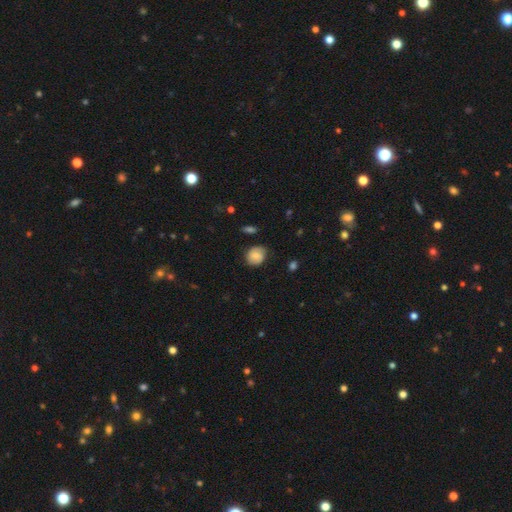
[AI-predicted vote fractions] The model was most divided on "how rounded": round: 73%, in between: 26%, cigar-shaped: 1%. More confident: smooth or featured — smooth (75%); merging — none (71%).